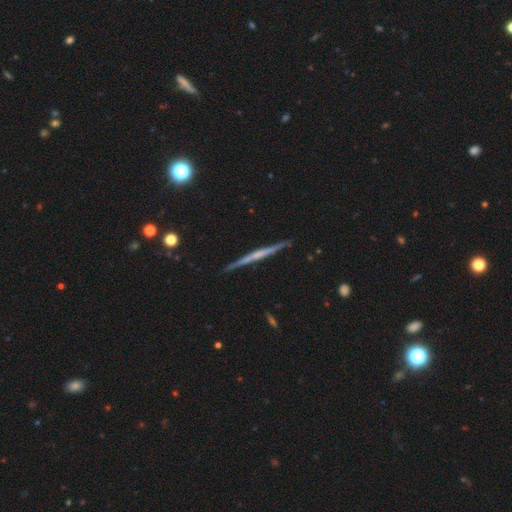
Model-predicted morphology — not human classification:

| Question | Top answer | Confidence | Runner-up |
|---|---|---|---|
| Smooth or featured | featured or disk | 69% | smooth (25%) |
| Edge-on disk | yes | 98% | no (2%) |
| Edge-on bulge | none | 68% | rounded (22%) |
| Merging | none | 91% | minor disturbance (7%) |